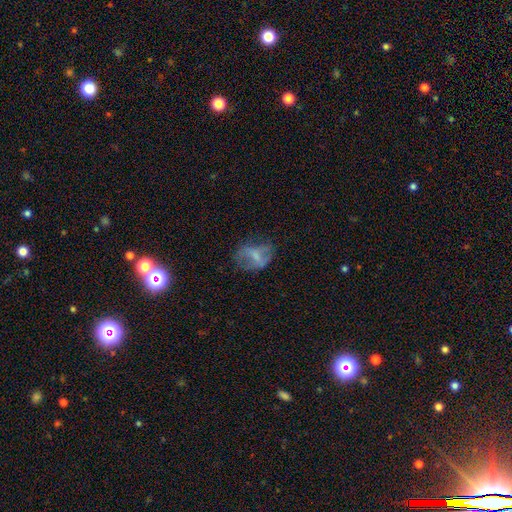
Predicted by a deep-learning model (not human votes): featured or disk 46%, smooth 43%, star or artifact 11%. Down the decision tree: merging — none (46%).